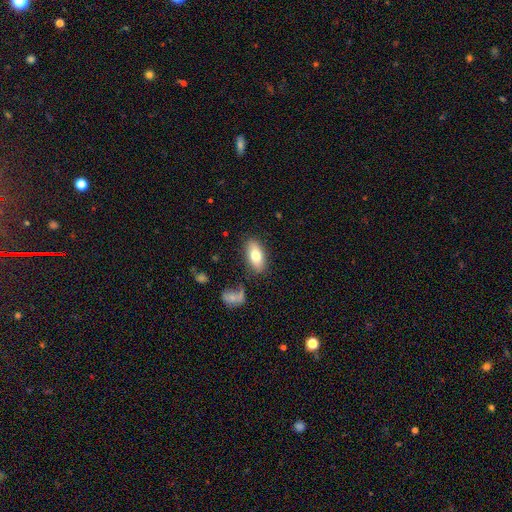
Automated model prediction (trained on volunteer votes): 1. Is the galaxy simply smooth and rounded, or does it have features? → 77% smooth, 16% featured or disk, 7% star or artifact.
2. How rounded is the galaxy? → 88% in between, 9% cigar-shaped, 3% round.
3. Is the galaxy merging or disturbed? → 81% none, 12% minor disturbance, 4% merger, 3% major disturbance.